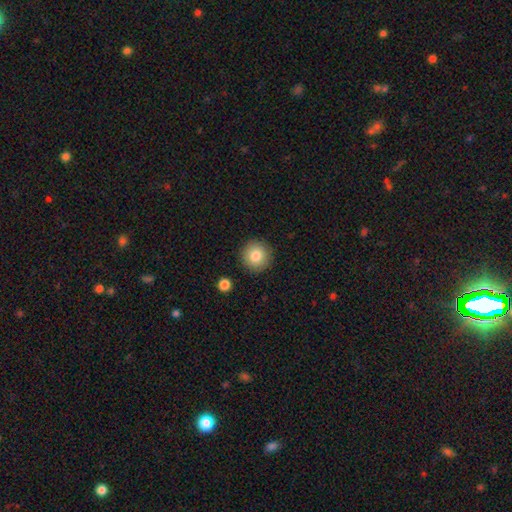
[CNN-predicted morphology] A smooth galaxy with no disk features (83%) that is round (95%).

Vote fractions:
- Smooth or featured? smooth: 83% / star or artifact: 9% / featured or disk: 8%
- How rounded? round: 95% / in between: 4% / cigar-shaped: 1%
- Merging? none: 90% / minor disturbance: 6% / major disturbance: 2% / merger: 2%